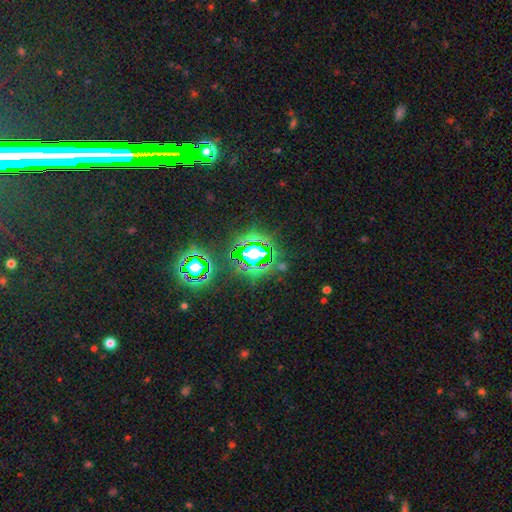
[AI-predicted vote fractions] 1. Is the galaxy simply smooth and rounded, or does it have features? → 69% star or artifact, 20% smooth, 11% featured or disk.